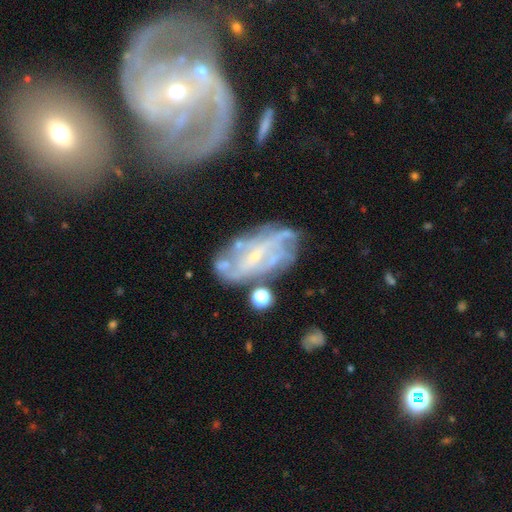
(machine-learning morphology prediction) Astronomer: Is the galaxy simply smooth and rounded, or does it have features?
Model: featured or disk — 78%.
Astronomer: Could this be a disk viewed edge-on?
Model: no — 92%.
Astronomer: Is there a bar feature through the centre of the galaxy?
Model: no — 44% (runner-up: weak, 38%).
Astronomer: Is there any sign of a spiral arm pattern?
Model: yes — 80%.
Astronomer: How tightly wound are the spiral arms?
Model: tight — 49% (runner-up: medium, 33%).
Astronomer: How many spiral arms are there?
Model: can't tell — 49%.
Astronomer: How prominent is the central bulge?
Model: small — 79%.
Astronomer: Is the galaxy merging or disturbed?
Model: none — 59%.